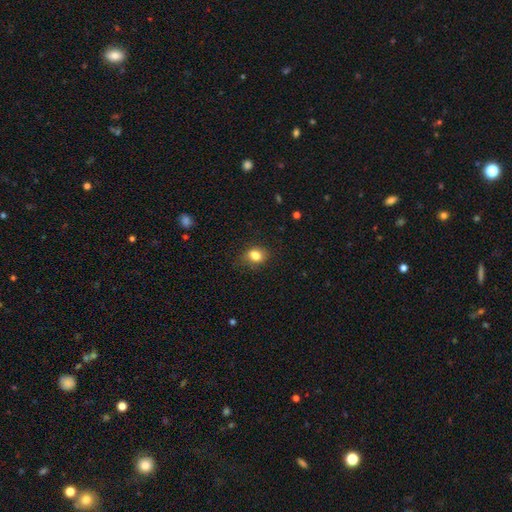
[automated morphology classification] Smooth or featured? Predicted: smooth (p=0.82). How rounded? Predicted: in between (p=0.56). Merging? Predicted: none (p=0.69).